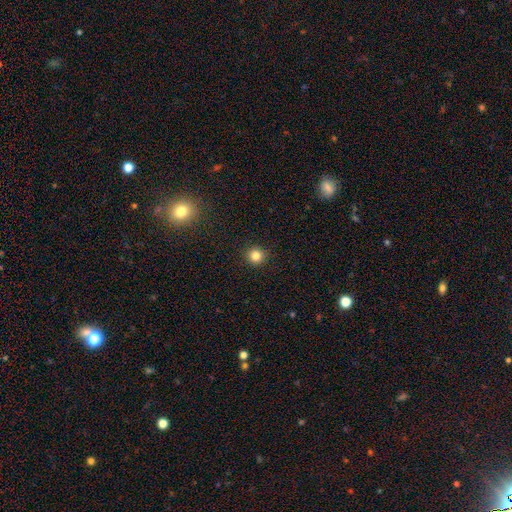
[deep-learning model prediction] Smooth or featured? smooth (83%)
How rounded? round (95%)
Merging? none (93%)